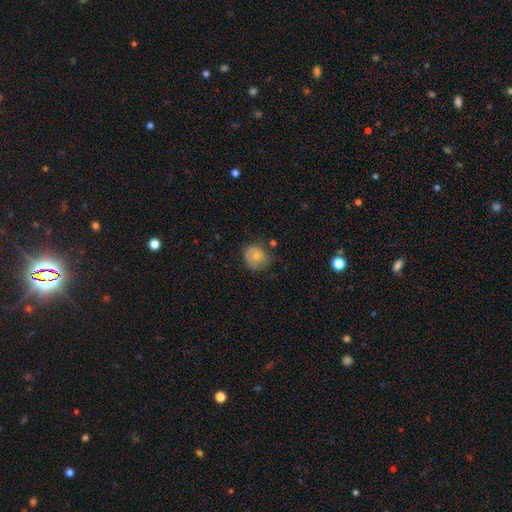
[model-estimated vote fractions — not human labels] This appears to be a smooth galaxy with no disk features (70%) that is round (70%). Merging: none (55%).